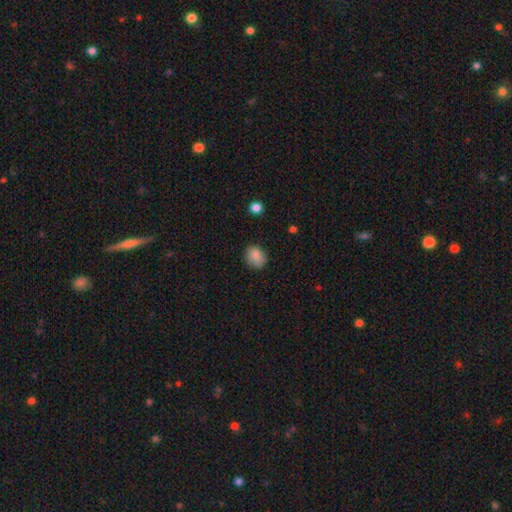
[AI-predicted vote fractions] A smooth galaxy with no disk features (86%) that is round (60%).

Vote fractions:
- Smooth or featured? smooth: 86% / star or artifact: 9% / featured or disk: 5%
- How rounded? round: 60% / in between: 39% / cigar-shaped: 1%
- Merging? none: 78% / minor disturbance: 17% / major disturbance: 4% / merger: 1%